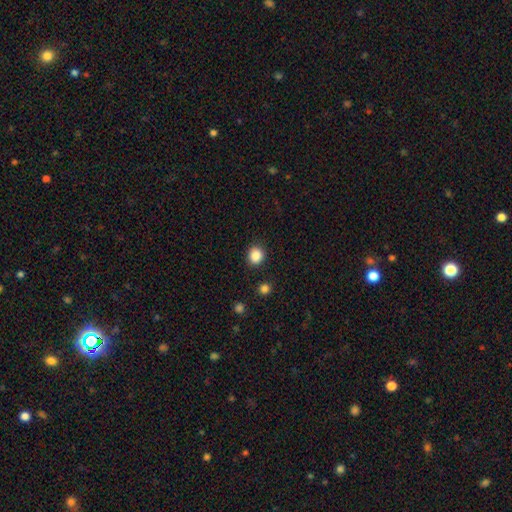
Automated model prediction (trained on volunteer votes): This is clearly a smooth galaxy (87%). How rounded: clearly round (82%). Merging: clearly none (87%).